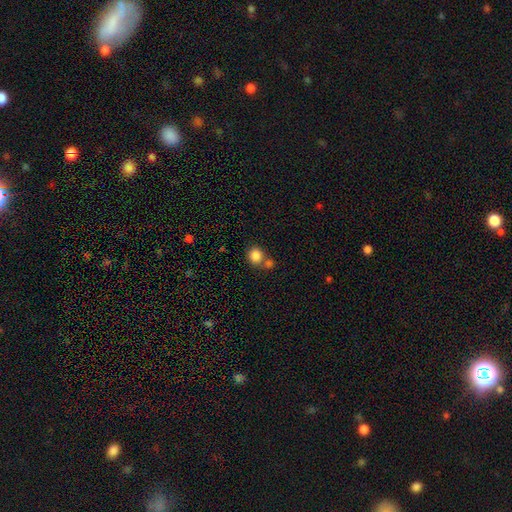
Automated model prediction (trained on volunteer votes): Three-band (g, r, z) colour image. It shows a smooth galaxy with no disk features (85%) that is round (82%). Merging: none (58%).